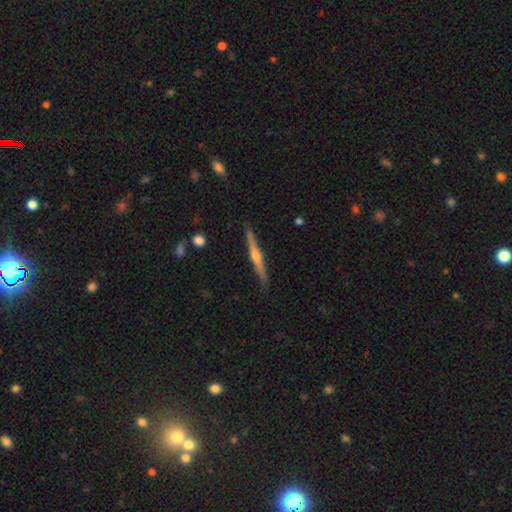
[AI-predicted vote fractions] featured or disk 78%, smooth 16%, star or artifact 5%. Down the decision tree: edge-on disk — yes (98%); edge-on bulge — rounded (92%); merging — none (90%).